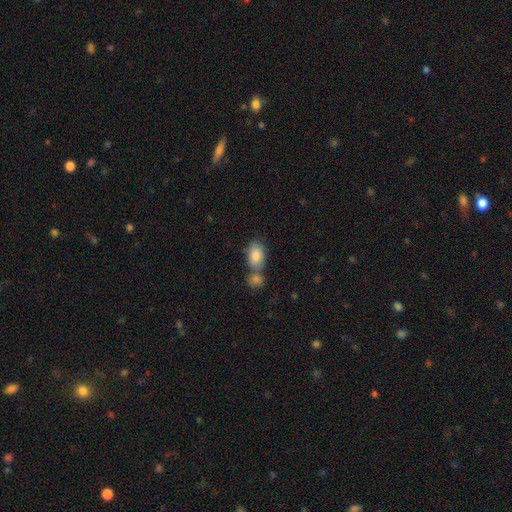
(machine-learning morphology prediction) Smooth or featured?
  - smooth: 84% *
  - featured or disk: 9%
  - star or artifact: 7%
How rounded?
  - in between: 89% *
  - round: 9%
  - cigar-shaped: 2%
Merging?
  - none: 44% *
  - merger: 42%
  - minor disturbance: 11%
  - major disturbance: 3%